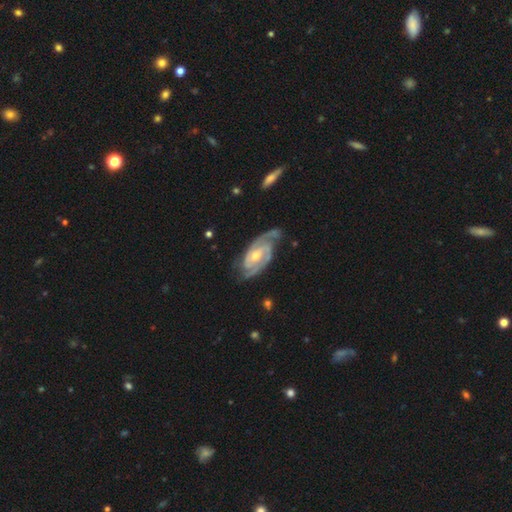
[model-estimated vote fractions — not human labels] A featured or disk galaxy (92%) with a weak bar (41%, tied with no), 2 (75%) tight (55%) spiral arms (98%) and a moderate central bulge (56%). Merging: none (72%).